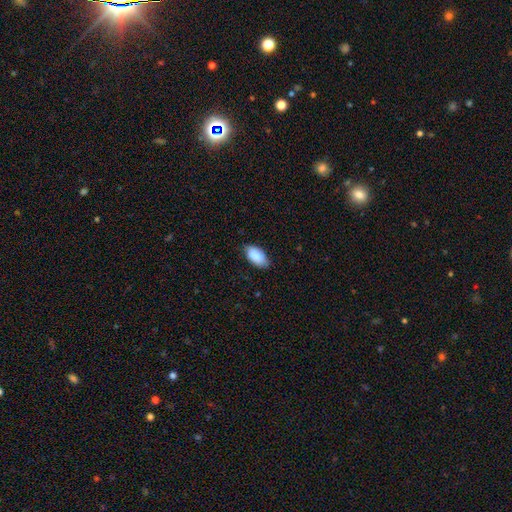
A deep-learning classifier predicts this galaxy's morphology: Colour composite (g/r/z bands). It shows a smooth galaxy with no disk features (88%) that is in between round and cigar-shaped (95%). Merging: none (80%).